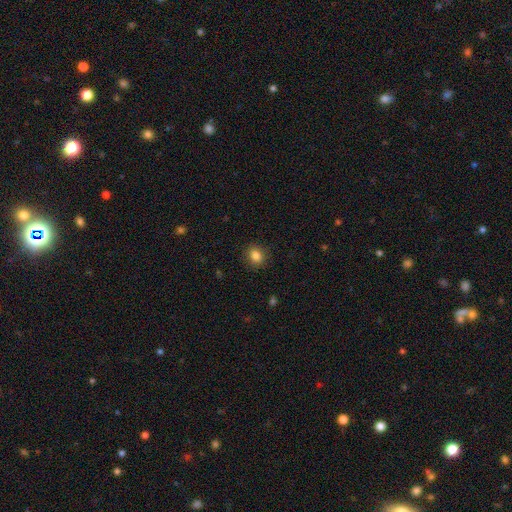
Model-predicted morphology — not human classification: Smooth or featured: smooth — 84% (star or artifact — 11%)
How rounded: round — 71% (in between — 28%)
Merging: none — 89% (minor disturbance — 7%)